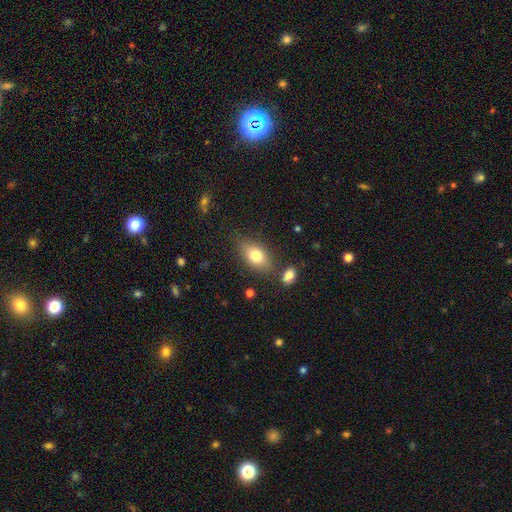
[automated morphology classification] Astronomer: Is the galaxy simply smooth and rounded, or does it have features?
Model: smooth — 77%.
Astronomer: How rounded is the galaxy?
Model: in between — 85%.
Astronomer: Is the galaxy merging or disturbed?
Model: none — 75%.